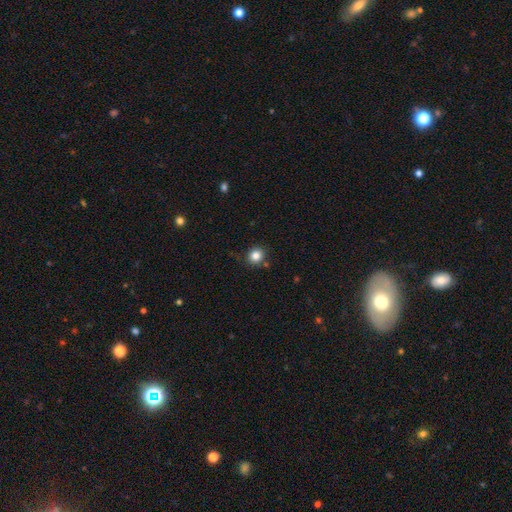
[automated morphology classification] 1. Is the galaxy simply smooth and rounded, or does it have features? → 83% smooth, 12% star or artifact, 5% featured or disk.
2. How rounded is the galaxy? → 88% round, 11% in between, 1% cigar-shaped.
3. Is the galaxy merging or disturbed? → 84% none, 10% minor disturbance, 4% merger, 3% major disturbance.